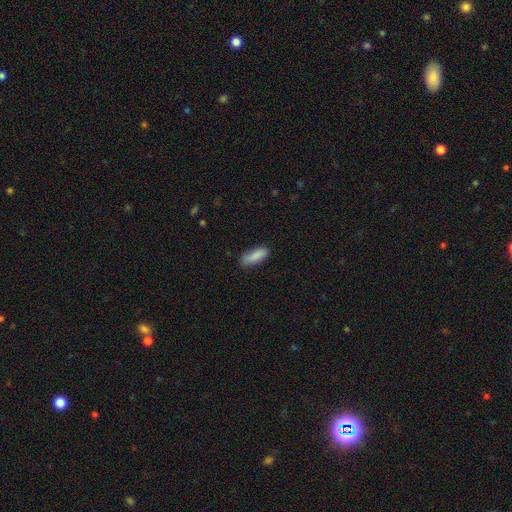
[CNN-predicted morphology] The model was most divided on "how rounded": in between: 62%, cigar-shaped: 37%, round: 2%. More confident: smooth or featured — smooth (88%); merging — none (78%).